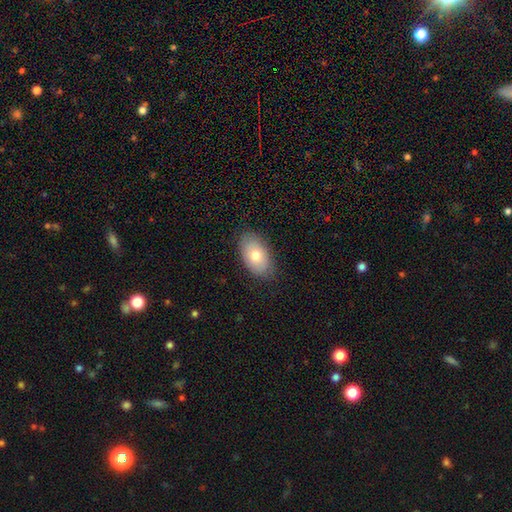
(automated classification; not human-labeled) Overall: smooth (74%). How rounded: in between (92%). Merging: none (84%).